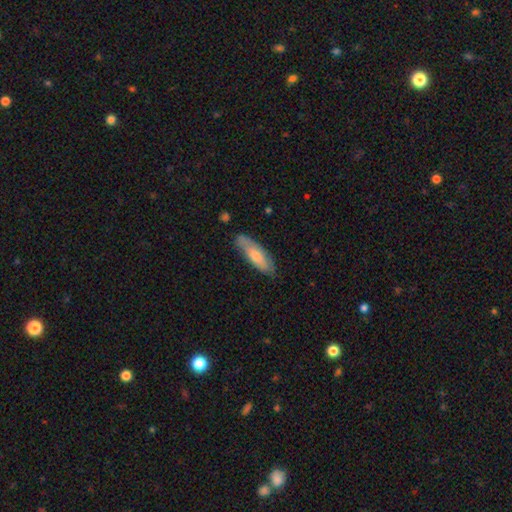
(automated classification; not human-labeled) Smooth or featured?
  - smooth: 64% *
  - featured or disk: 30%
  - star or artifact: 6%
How rounded?
  - cigar-shaped: 52% *
  - in between: 46%
  - round: 2%
Merging?
  - none: 77% *
  - minor disturbance: 18%
  - major disturbance: 3%
  - merger: 2%